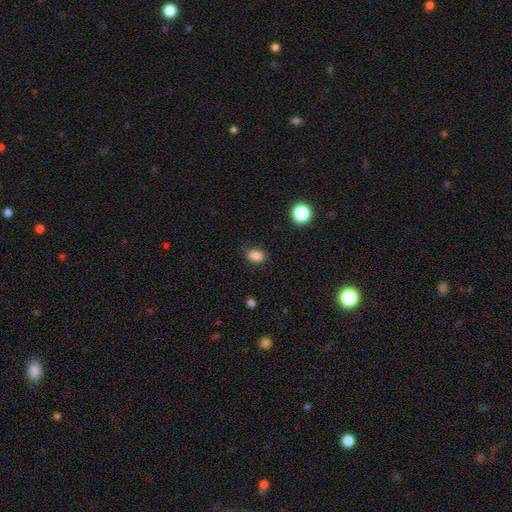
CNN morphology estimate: A smooth galaxy with no disk features (85%) that is in between round and cigar-shaped (76%).

Vote fractions:
- Smooth or featured? smooth: 85% / star or artifact: 12% / featured or disk: 4%
- How rounded? in between: 76% / round: 23% / cigar-shaped: 2%
- Merging? none: 80% / minor disturbance: 15% / major disturbance: 4% / merger: 2%